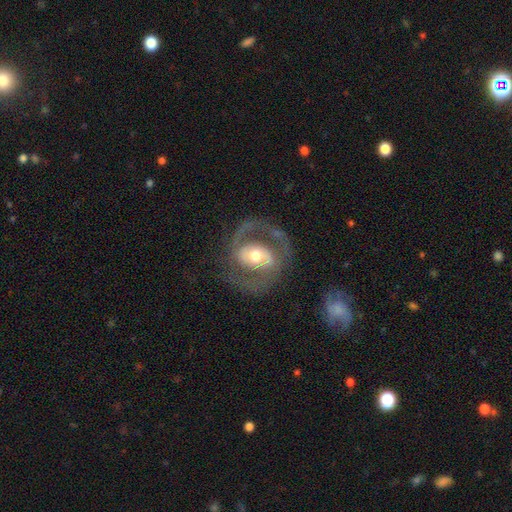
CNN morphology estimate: Overall: featured or disk (84%). Edge-on disk: no (97%). Bar: no (43%; weak 35%). Spiral arms: yes (86%). Spiral arm count: 2 (89%). Spiral winding: medium (56%; tight 23%). Bulge size: moderate (69%). Merging: none (73%).